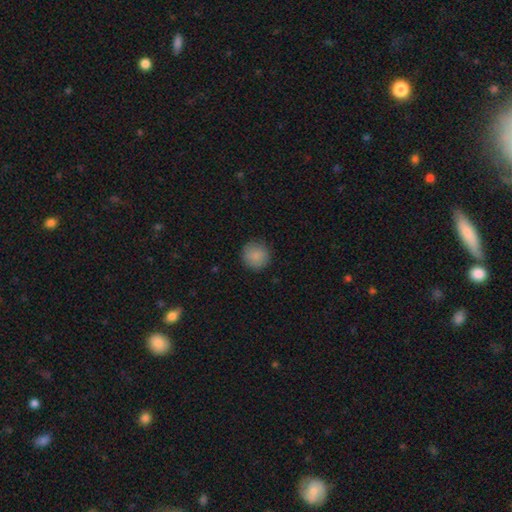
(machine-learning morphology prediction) The model was most divided on "smooth or featured": smooth: 88%, star or artifact: 8%, featured or disk: 4%. More confident: how rounded — round (94%); merging — none (89%).